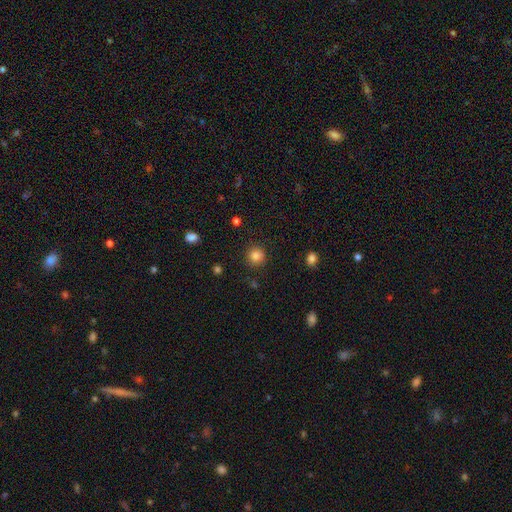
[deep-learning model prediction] This appears to be a smooth galaxy with no disk features (84%) that is round (92%). Merging: none (87%).